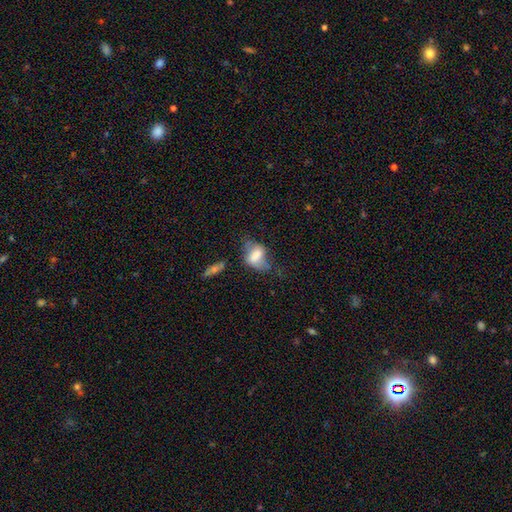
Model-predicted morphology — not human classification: The model was most divided on "merging": none: 35%, minor disturbance: 31%, major disturbance: 27%, merger: 8%. More confident: how rounded — in between (81%); smooth or featured — smooth (59%).